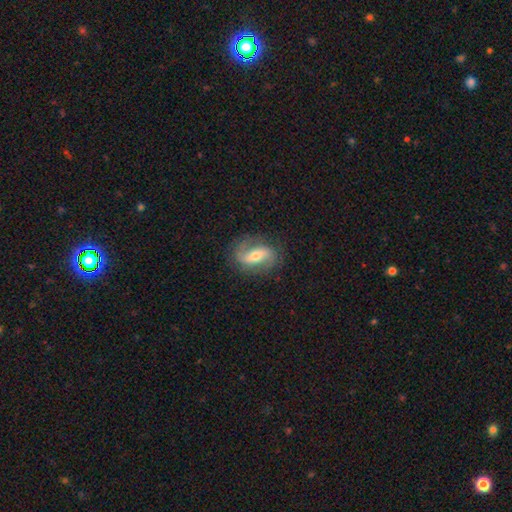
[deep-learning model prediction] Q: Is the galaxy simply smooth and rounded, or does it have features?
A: featured or disk — 74%.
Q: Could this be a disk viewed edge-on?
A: no — 94%.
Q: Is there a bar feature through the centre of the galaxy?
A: strong — 37%, tied with weak.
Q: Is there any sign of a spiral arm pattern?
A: yes — 89%.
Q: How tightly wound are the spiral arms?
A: loose — 48%.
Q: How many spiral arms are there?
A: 2 — 84%.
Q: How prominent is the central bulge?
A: moderate — 60%.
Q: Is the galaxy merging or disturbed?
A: none — 77%.